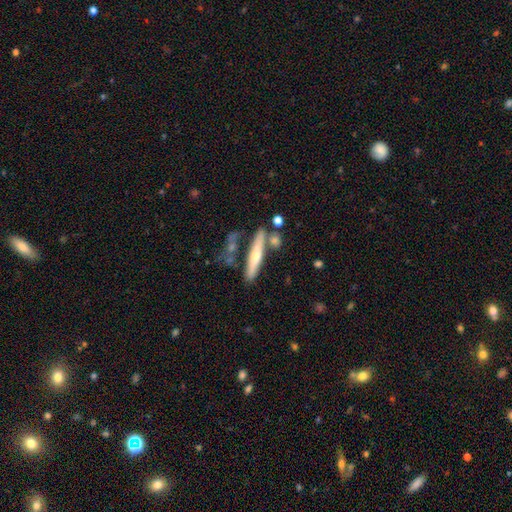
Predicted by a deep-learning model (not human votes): Q: Smooth or featured?
A: featured or disk (47%); tied with: smooth (47%)
Q: Merging?
A: none (71%); runner-up: minor disturbance (14%)